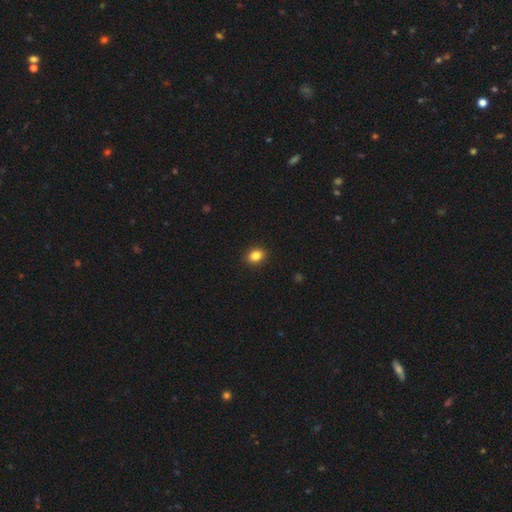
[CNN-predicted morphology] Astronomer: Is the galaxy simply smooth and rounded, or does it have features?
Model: smooth — 85%.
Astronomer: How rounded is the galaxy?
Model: round — 52% (runner-up: in between, 47%).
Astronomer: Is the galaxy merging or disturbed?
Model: none — 91%.